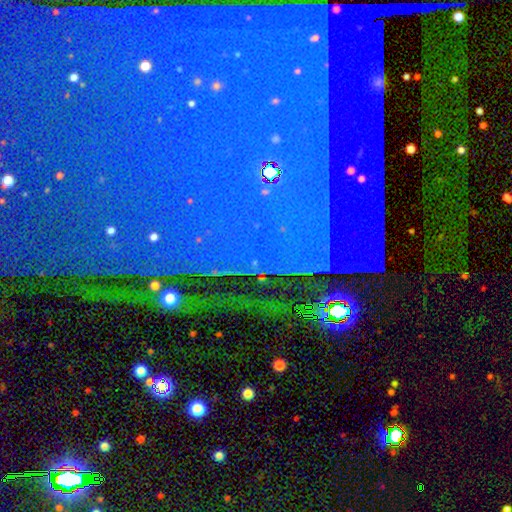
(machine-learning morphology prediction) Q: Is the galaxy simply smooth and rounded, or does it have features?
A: star or artifact — 84%.